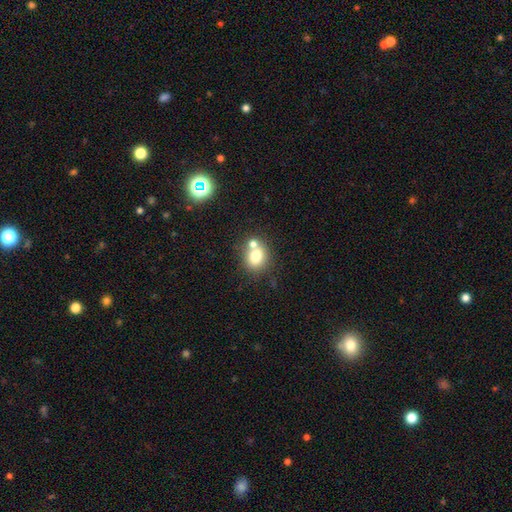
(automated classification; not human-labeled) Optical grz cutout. It shows a smooth galaxy with no disk features (74%) that is round (58%). Merging: none (54%).